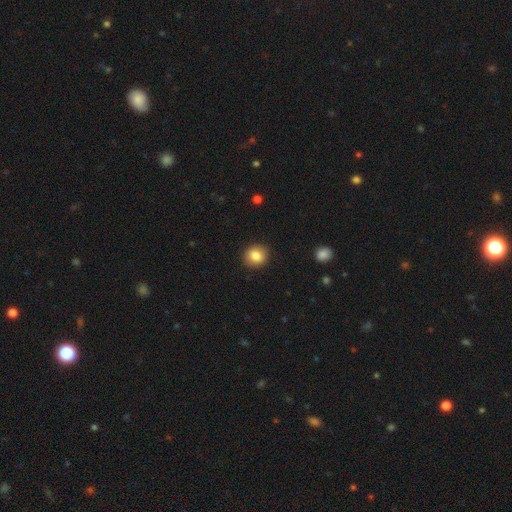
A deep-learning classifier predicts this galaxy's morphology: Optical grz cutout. It shows a smooth galaxy with no disk features (85%) that is round (82%). Merging: none (90%).